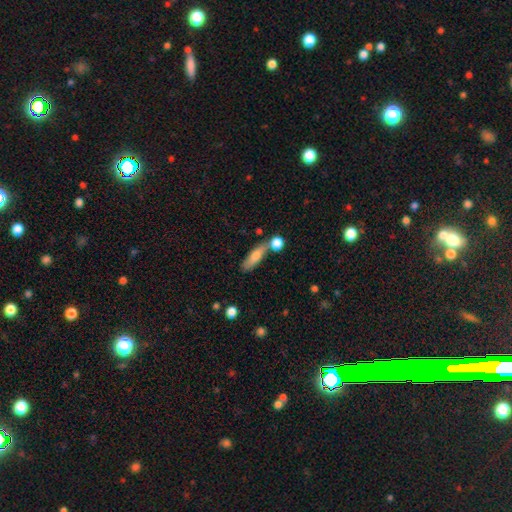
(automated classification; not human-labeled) Smooth or featured: smooth — 73% (featured or disk — 20%)
How rounded: cigar-shaped — 56% (in between — 40%)
Merging: none — 56% (merger — 23%)